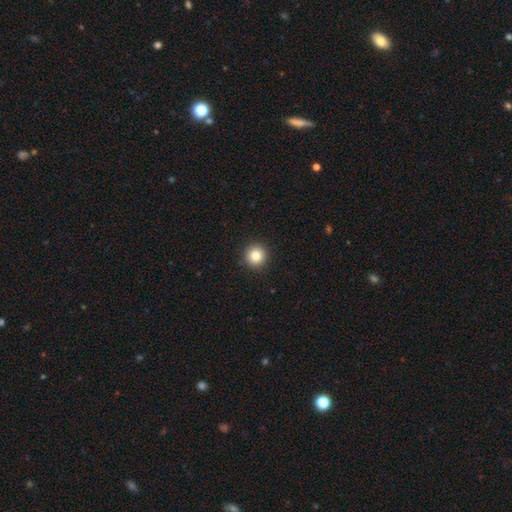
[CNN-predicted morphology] smooth_or_featured: smooth (p=0.83) [alt: star or artifact p=0.11]
how_rounded: round (p=0.95) [alt: in between p=0.04]
merging: none (p=0.93) [alt: minor disturbance p=0.05]